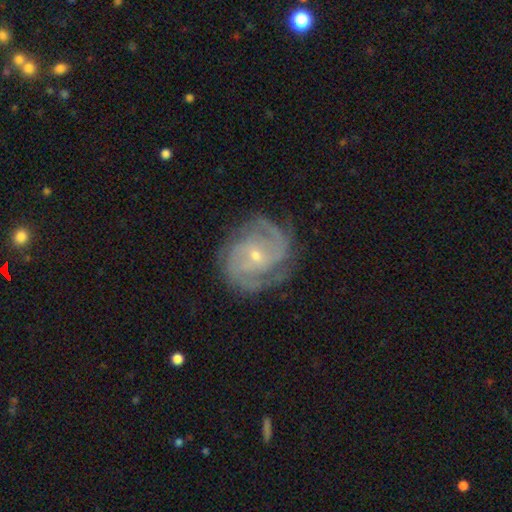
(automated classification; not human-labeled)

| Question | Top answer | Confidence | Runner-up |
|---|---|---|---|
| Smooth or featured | featured or disk | 89% | smooth (5%) |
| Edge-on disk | no | 98% | yes (2%) |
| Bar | no | 52% | weak (37%) |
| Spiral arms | yes | 97% | no (3%) |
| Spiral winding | tight | 54% | medium (39%) |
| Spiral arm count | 2 | 38% | 3 (26%) |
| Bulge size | small | 68% | moderate (29%) |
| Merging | none | 76% | minor disturbance (16%) |